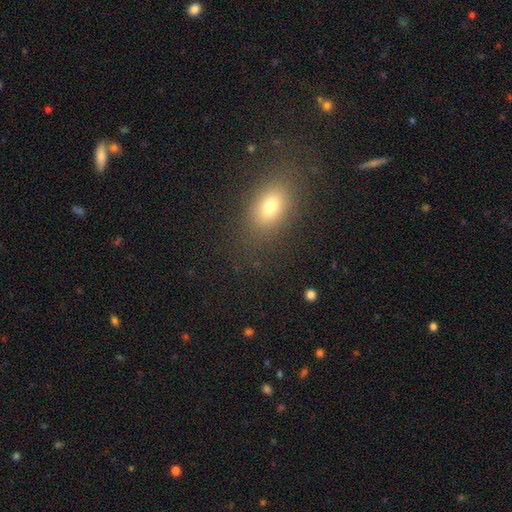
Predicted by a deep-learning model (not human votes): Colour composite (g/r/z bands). It shows a smooth galaxy with no disk features (68%) that is in between round and cigar-shaped (76%). Merging: none (86%).